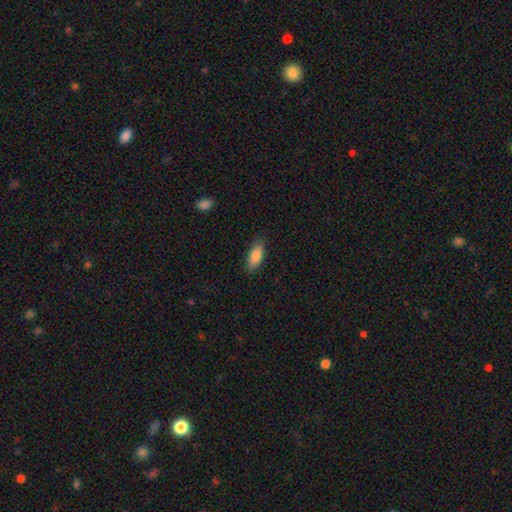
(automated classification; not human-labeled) Overall: smooth (84%). How rounded: in between (77%). Merging: none (85%).